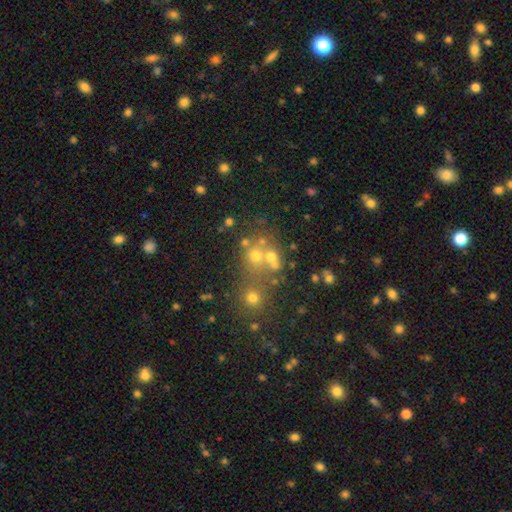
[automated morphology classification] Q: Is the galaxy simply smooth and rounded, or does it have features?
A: smooth — 60%.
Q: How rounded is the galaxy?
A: round — 79%.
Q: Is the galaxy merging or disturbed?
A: none — 47%.